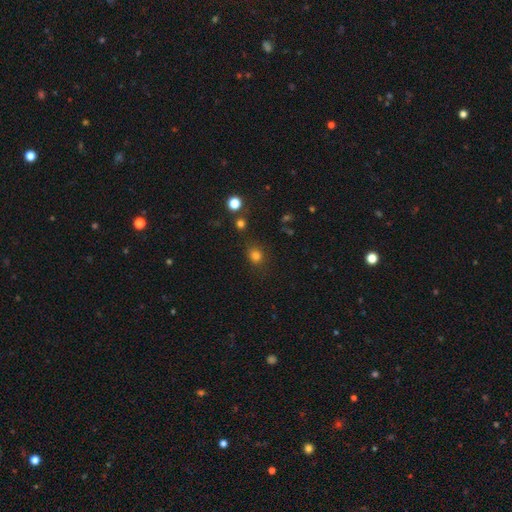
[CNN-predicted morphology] Smooth or featured?
  - smooth: 79% *
  - star or artifact: 15%
  - featured or disk: 5%
How rounded?
  - round: 74% *
  - in between: 25%
  - cigar-shaped: 1%
Merging?
  - none: 79% *
  - minor disturbance: 13%
  - major disturbance: 5%
  - merger: 4%